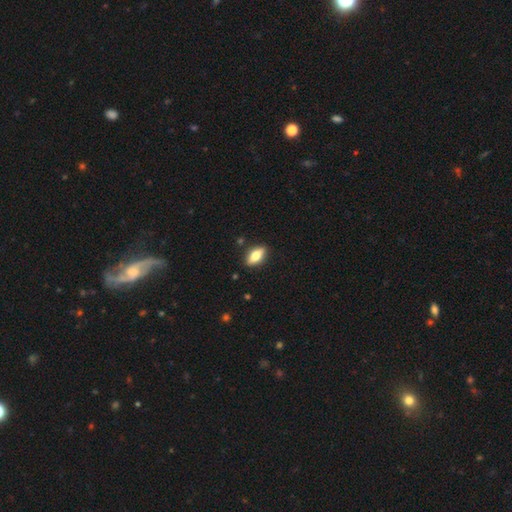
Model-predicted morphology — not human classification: Smooth or featured: smooth — 65% (featured or disk — 28%)
How rounded: in between — 79% (cigar-shaped — 16%)
Merging: none — 86% (minor disturbance — 10%)